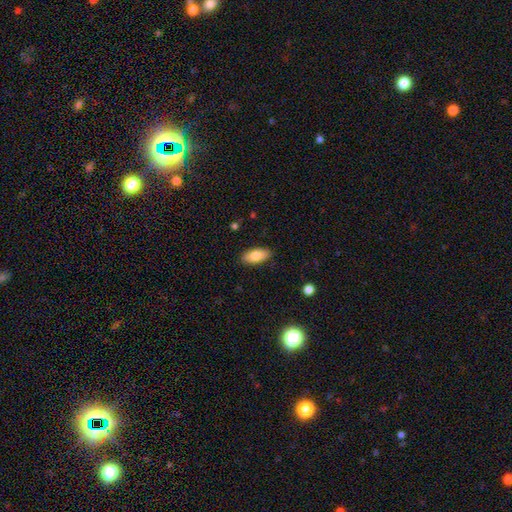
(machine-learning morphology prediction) Smooth or featured: smooth — 80% (featured or disk — 13%)
How rounded: in between — 88% (cigar-shaped — 9%)
Merging: none — 88% (minor disturbance — 9%)